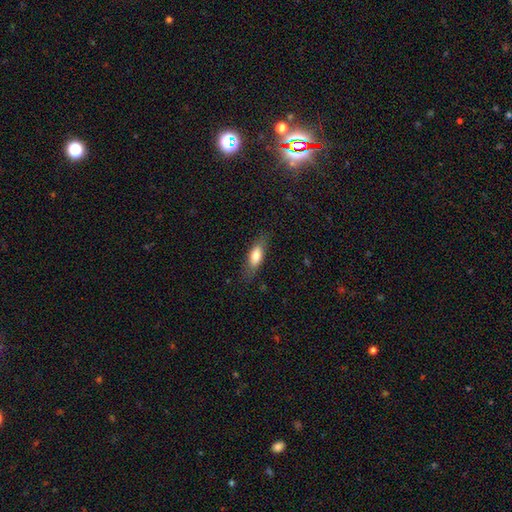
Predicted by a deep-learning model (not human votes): This is likely a smooth galaxy (73%). How rounded: likely in between (66%). Merging: likely none (80%).